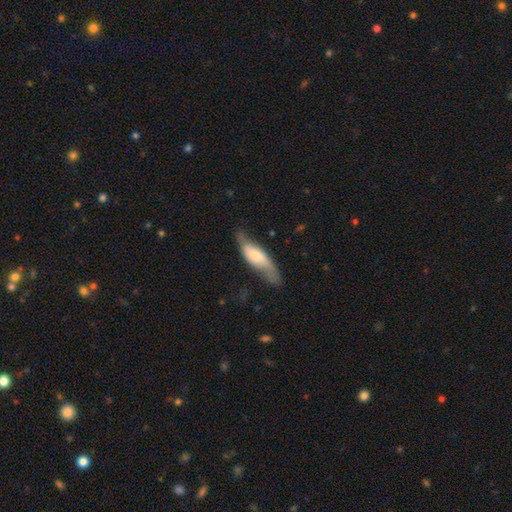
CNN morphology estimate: This is possibly a featured or disk galaxy (52%). It is likely not viewed edge-on (64%). Merging: possibly none (59%).